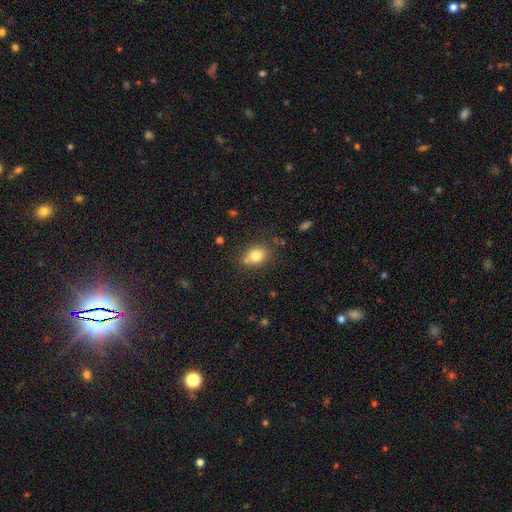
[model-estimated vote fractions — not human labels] The model was most divided on "how rounded": in between: 53%, round: 46%, cigar-shaped: 1%. More confident: smooth or featured — smooth (79%); merging — none (69%).